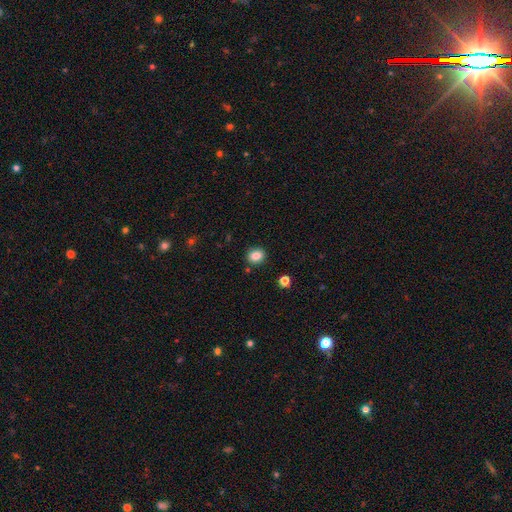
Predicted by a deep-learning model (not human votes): Smooth or featured: smooth — 84% (star or artifact — 10%)
How rounded: round — 65% (in between — 34%)
Merging: none — 87% (minor disturbance — 8%)